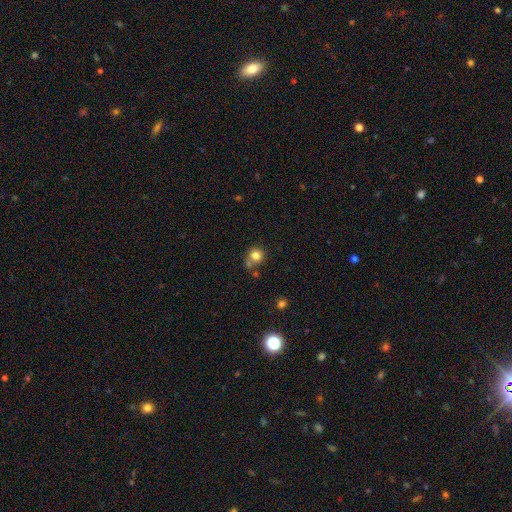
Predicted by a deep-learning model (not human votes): Smooth or featured?
  - smooth: 81% *
  - star or artifact: 11%
  - featured or disk: 8%
How rounded?
  - round: 87% *
  - in between: 12%
  - cigar-shaped: 1%
Merging?
  - none: 61% *
  - merger: 19%
  - minor disturbance: 15%
  - major disturbance: 5%